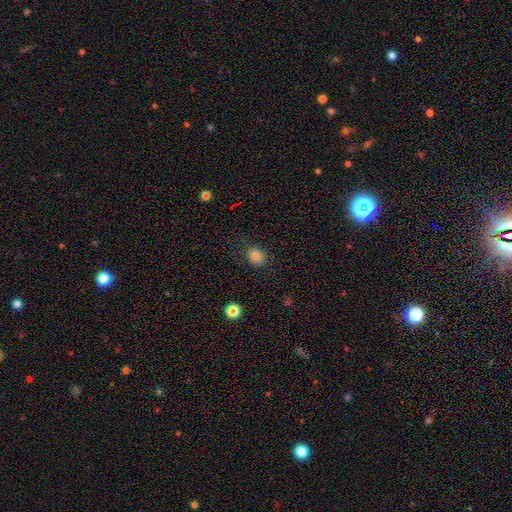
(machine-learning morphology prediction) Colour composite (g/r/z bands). It shows a smooth galaxy with no disk features (82%) that is round (61%). Merging: none (82%).